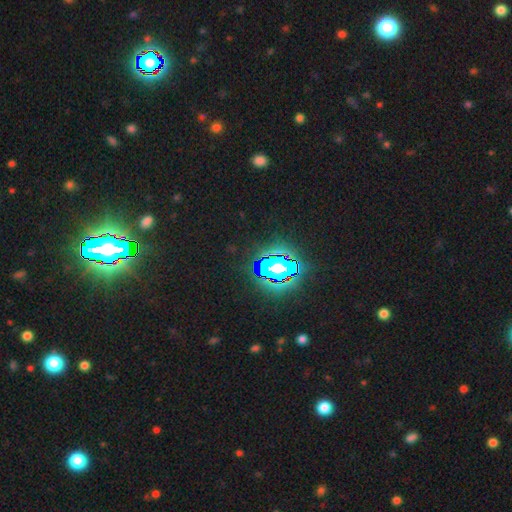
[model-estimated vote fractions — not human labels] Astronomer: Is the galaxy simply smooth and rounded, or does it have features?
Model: star or artifact — 83%.